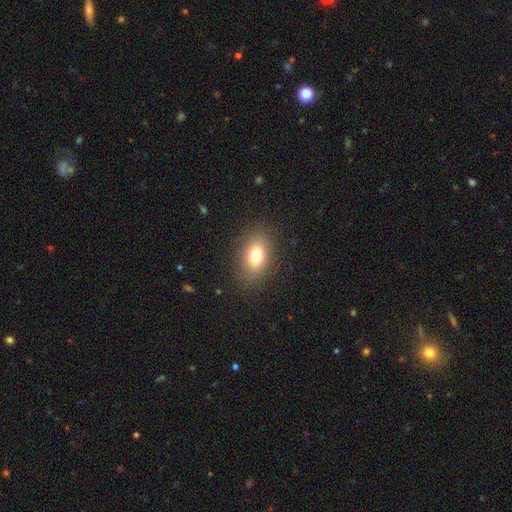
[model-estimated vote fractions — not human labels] This appears to be a smooth galaxy with no disk features (76%) that is in between round and cigar-shaped (80%). Merging: none (86%).